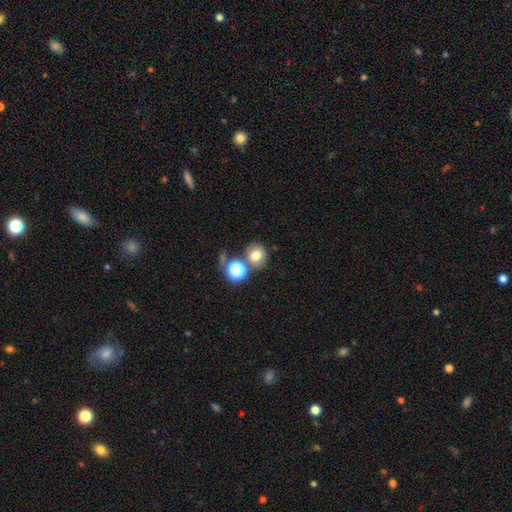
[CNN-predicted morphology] This is likely a smooth galaxy (73%). How rounded: likely round (76%). Merging: likely none (64%).